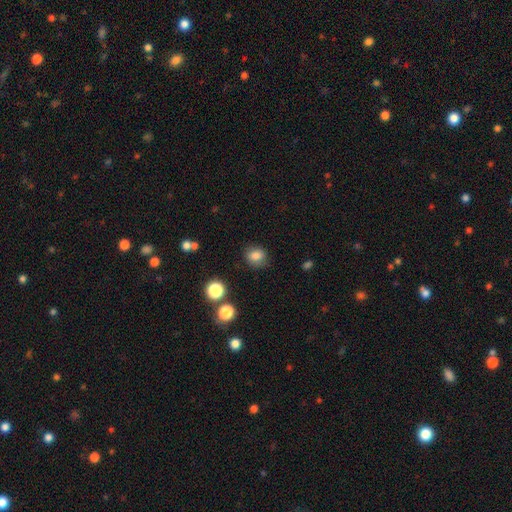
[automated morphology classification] Smooth or featured?
  - smooth: 83% *
  - star or artifact: 11%
  - featured or disk: 6%
How rounded?
  - round: 63% *
  - in between: 36%
  - cigar-shaped: 1%
Merging?
  - none: 81% *
  - minor disturbance: 13%
  - major disturbance: 4%
  - merger: 2%